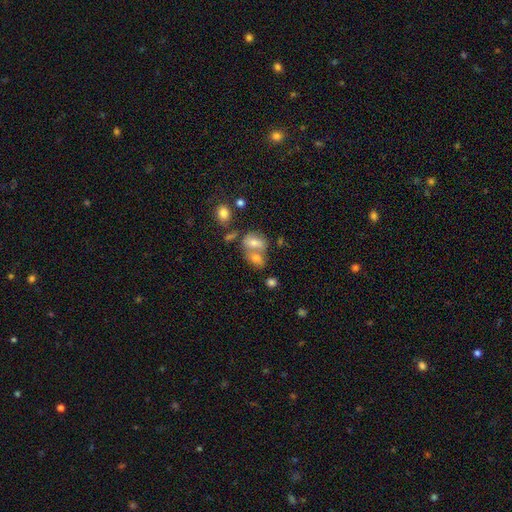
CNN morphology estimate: Smooth or featured? Predicted: smooth (p=0.66). How rounded? Predicted: in between (p=0.67). Merging? Predicted: merger (p=0.58).